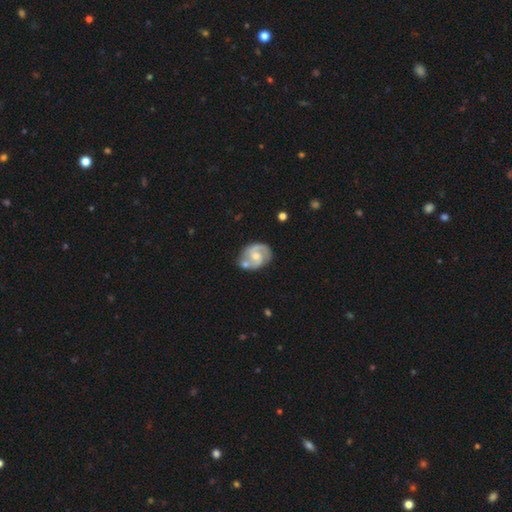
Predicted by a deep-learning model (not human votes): A featured or disk galaxy (81%) with no bar (47%), 2 (87%) medium (54%) spiral arms (94%) and a moderate central bulge (57%). Merging: none (60%).